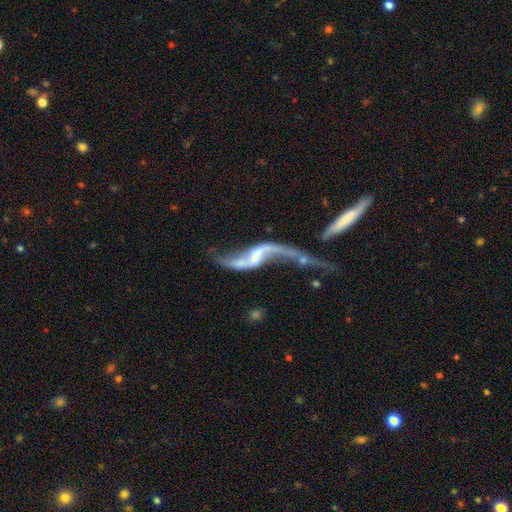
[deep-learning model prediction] Smooth or featured? featured or disk (87%)
Edge-on disk? no (92%)
Bar? weak (44%)
Spiral arms? yes (91%)
Spiral winding? loose (94%)
Spiral arm count? 2 (91%)
Bulge size? none (37%)
Merging? none (35%)